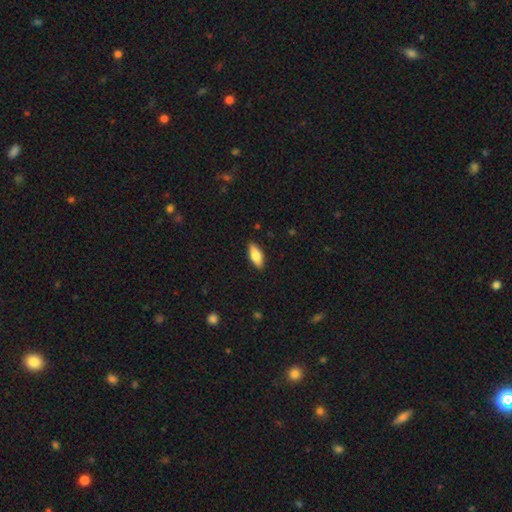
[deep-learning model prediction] Smooth or featured? smooth (78%)
How rounded? in between (80%)
Merging? none (88%)